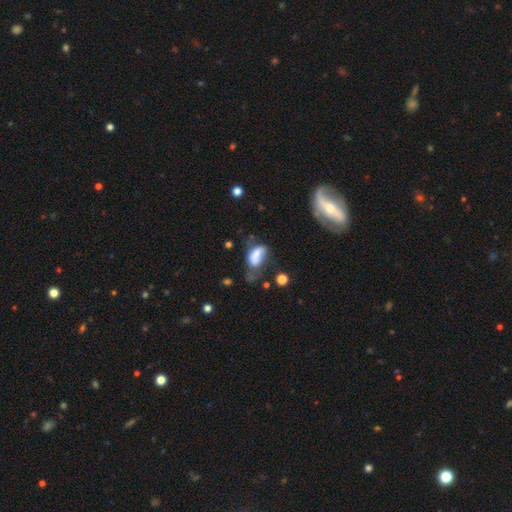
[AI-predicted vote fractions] This is likely a smooth galaxy (67%). How rounded: clearly in between (89%). Merging: marginally major disturbance (40%).